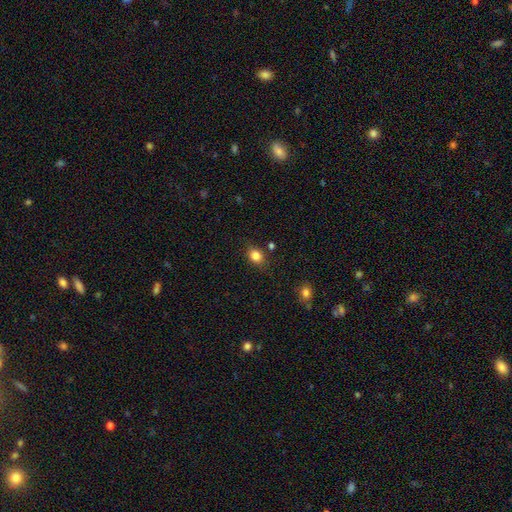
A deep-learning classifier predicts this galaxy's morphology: Q: Smooth or featured?
A: smooth (82%); runner-up: star or artifact (11%)
Q: How rounded?
A: round (50%); runner-up: in between (48%)
Q: Merging?
A: none (76%); runner-up: minor disturbance (17%)